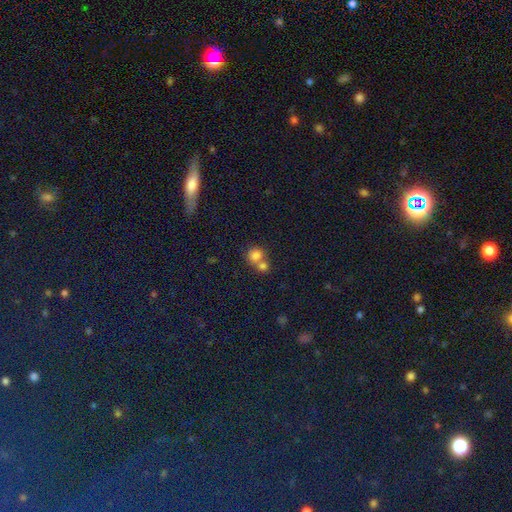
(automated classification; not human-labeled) Smooth or featured: smooth — 79% (star or artifact — 12%)
How rounded: round — 80% (in between — 19%)
Merging: merger — 55% (none — 35%)